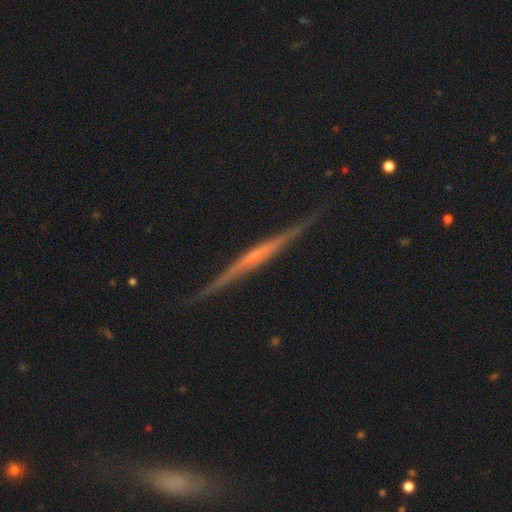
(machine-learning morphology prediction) Smooth or featured? Predicted: featured or disk (p=0.79). Edge-on disk? Predicted: yes (p=0.98). Edge-on bulge? Predicted: none (p=0.52). Merging? Predicted: none (p=0.88).